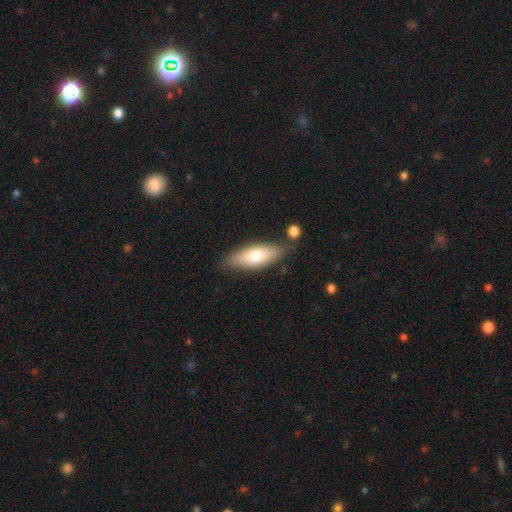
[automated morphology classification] This appears to be a smooth galaxy with no disk features (69%) that is in between round and cigar-shaped (61%). Merging: none (76%).